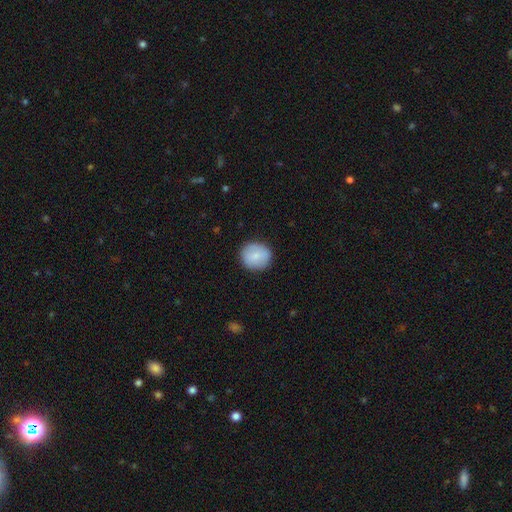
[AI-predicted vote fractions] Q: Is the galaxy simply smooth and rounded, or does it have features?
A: smooth — 82%.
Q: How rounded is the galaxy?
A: round — 85%.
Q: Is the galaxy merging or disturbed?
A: none — 88%.